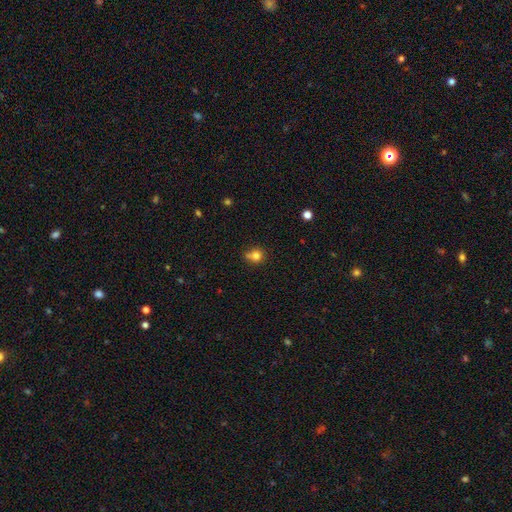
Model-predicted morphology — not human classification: The model was most divided on "merging": none: 61%, minor disturbance: 19%, merger: 16%, major disturbance: 5%. More confident: how rounded — round (82%); smooth or featured — smooth (79%).